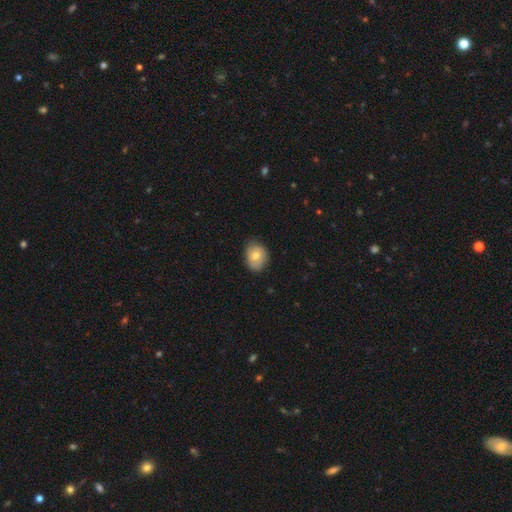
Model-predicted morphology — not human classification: smooth 74%, featured or disk 18%, star or artifact 8%. Down the decision tree: how rounded — round (52%); merging — none (74%).